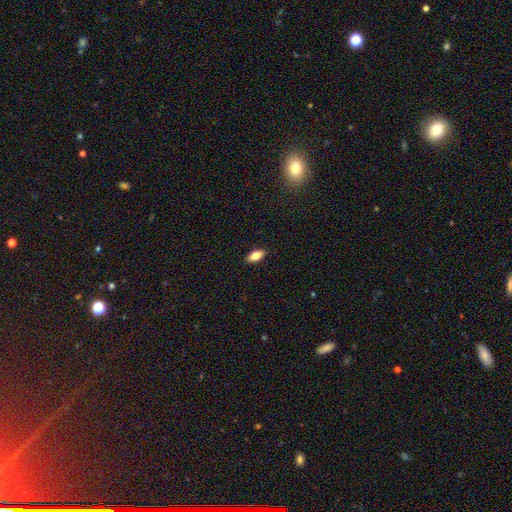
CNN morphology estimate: Q: Smooth or featured?
A: smooth (77%); runner-up: featured or disk (16%)
Q: How rounded?
A: in between (87%); runner-up: cigar-shaped (10%)
Q: Merging?
A: none (90%); runner-up: minor disturbance (8%)